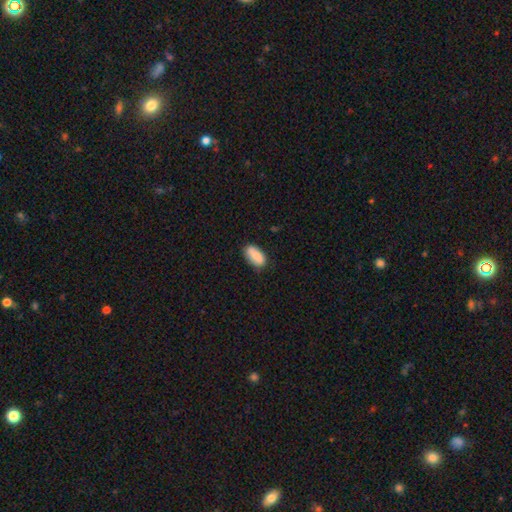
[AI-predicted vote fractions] Overall: smooth (86%). How rounded: in between (91%). Merging: none (77%).